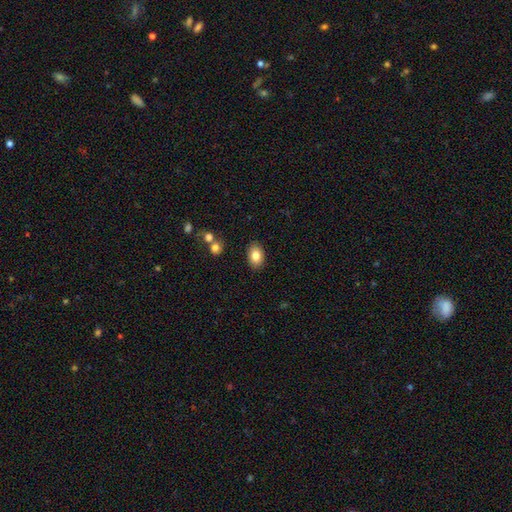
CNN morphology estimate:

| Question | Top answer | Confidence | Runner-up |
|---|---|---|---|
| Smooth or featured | smooth | 83% | featured or disk (9%) |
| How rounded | in between | 84% | round (15%) |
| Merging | none | 87% | minor disturbance (9%) |